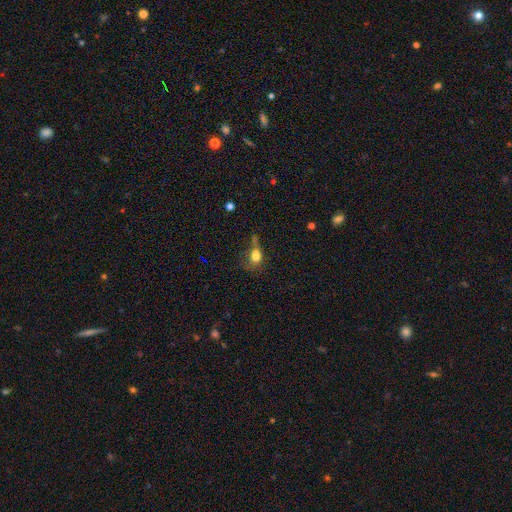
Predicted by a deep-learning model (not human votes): Smooth or featured? Predicted: smooth (p=0.74). How rounded? Predicted: in between (p=0.60). Merging? Predicted: none (p=0.33).